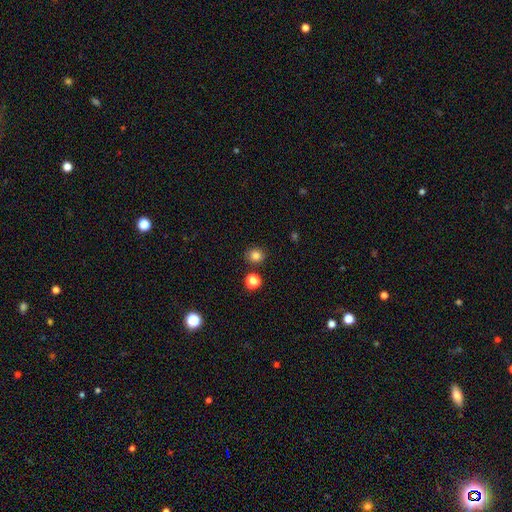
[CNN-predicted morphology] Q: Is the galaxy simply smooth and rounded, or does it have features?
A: smooth — 82%.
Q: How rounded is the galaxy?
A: round — 83%.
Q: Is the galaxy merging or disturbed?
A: none — 86%.